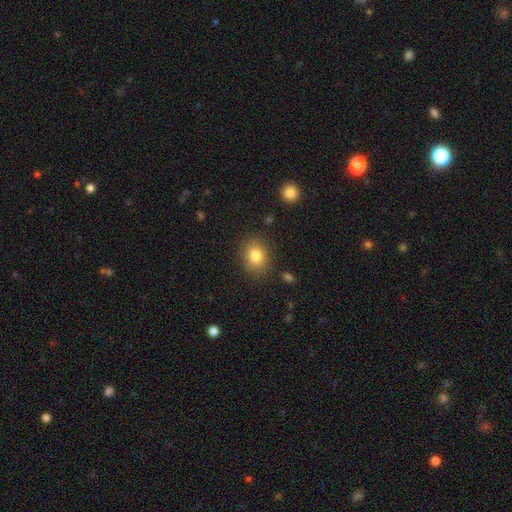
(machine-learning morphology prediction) Smooth or featured? Predicted: smooth (p=0.82). How rounded? Predicted: round (p=0.52). Merging? Predicted: none (p=0.83).